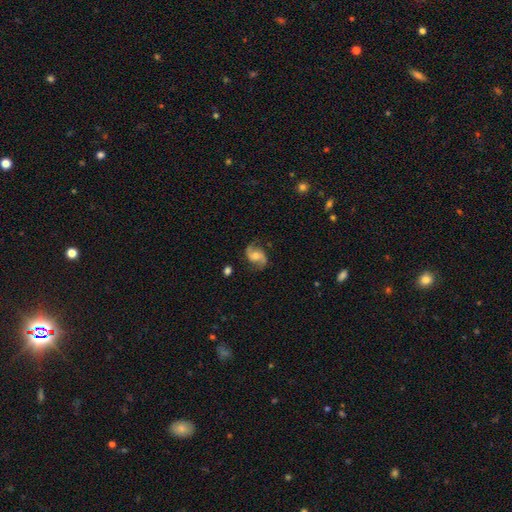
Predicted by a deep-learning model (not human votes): This appears to be a featured or disk galaxy (83%) with no bar (56%), 2 (93%) loose (51%) spiral arms (96%) and a moderate central bulge (49%). Merging: none (78%).